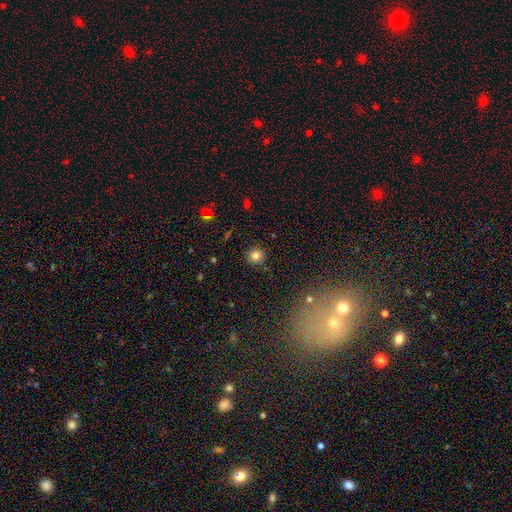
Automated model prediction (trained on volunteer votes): A smooth galaxy with no disk features (82%) that is round (90%).

Vote fractions:
- Smooth or featured? smooth: 82% / star or artifact: 12% / featured or disk: 6%
- How rounded? round: 90% / in between: 9% / cigar-shaped: 1%
- Merging? none: 90% / minor disturbance: 7% / major disturbance: 2% / merger: 2%